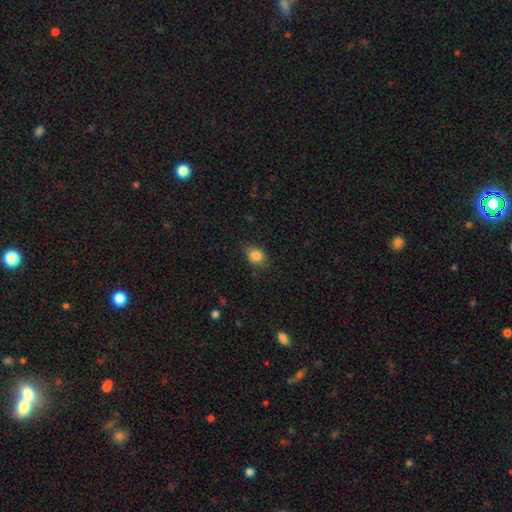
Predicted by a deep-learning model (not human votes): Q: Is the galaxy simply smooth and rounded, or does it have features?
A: smooth — 83%.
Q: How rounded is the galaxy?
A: in between — 56%.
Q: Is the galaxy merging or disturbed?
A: none — 73%.